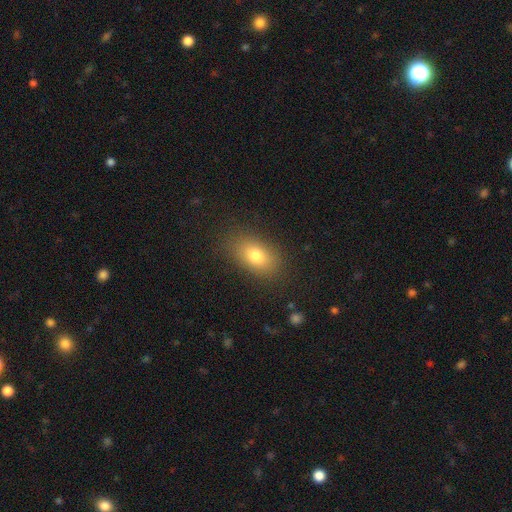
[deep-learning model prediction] Morphology: type=smooth (78%); roundness=in between (85%); merging=none (85%).